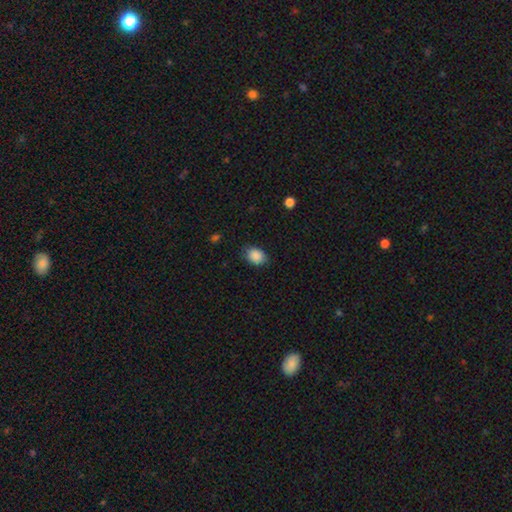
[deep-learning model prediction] Morphology: type=smooth (89%); roundness=in between (71%); merging=none (82%).